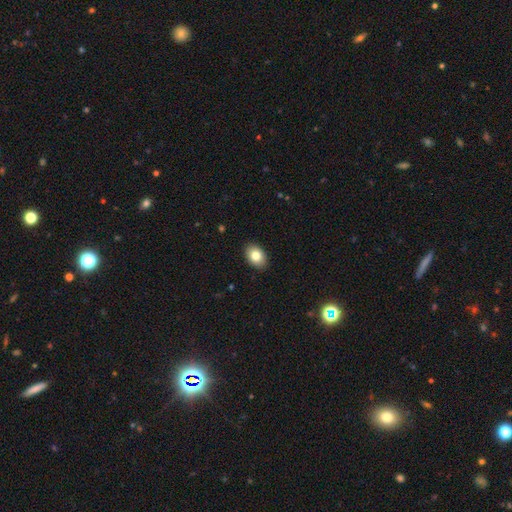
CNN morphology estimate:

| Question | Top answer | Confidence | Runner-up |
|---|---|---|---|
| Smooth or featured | smooth | 82% | featured or disk (10%) |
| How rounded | in between | 80% | round (19%) |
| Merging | none | 90% | minor disturbance (8%) |